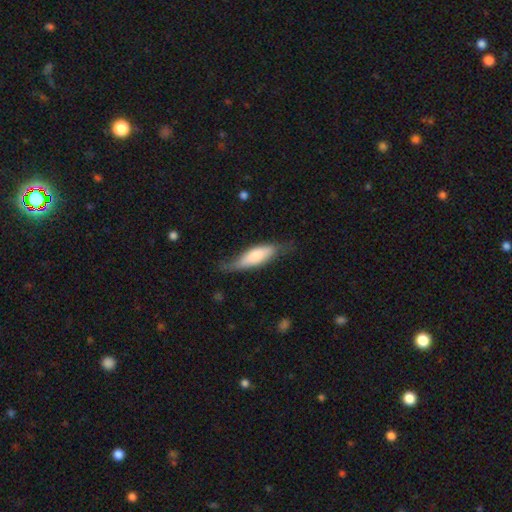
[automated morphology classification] smooth 63%, featured or disk 32%, star or artifact 5%. Down the decision tree: how rounded — in between (50%); merging — none (56%).